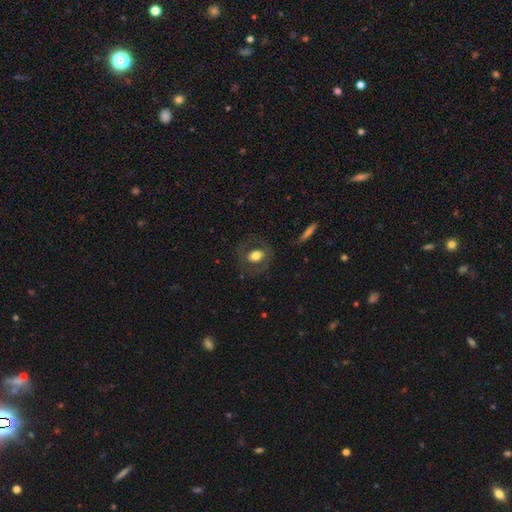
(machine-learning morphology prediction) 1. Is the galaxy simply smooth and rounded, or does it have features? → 61% smooth, 31% featured or disk, 8% star or artifact.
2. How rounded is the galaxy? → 54% in between, 45% round, 2% cigar-shaped.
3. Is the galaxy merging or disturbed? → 76% none, 13% minor disturbance, 10% major disturbance, 1% merger.